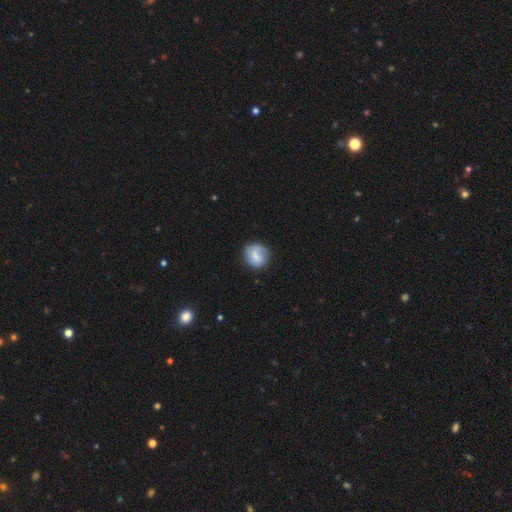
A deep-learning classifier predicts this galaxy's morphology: Overall: smooth (55%; featured or disk 38%). How rounded: round (82%). Merging: none (72%).